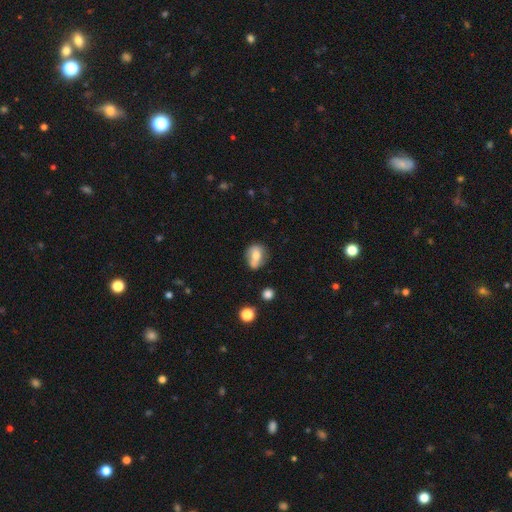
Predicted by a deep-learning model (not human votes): smooth_or_featured: smooth (p=0.61) [alt: featured or disk p=0.30]
how_rounded: in between (p=0.56) [alt: round p=0.41]
merging: none (p=0.54) [alt: minor disturbance p=0.23]